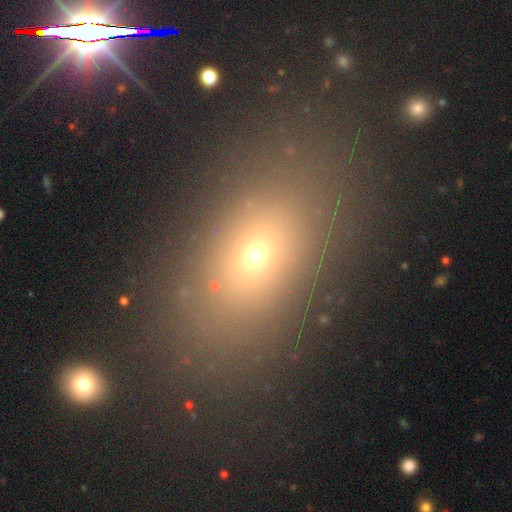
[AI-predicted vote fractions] Morphology: type=smooth (64%); roundness=in between (77%); merging=none (78%).